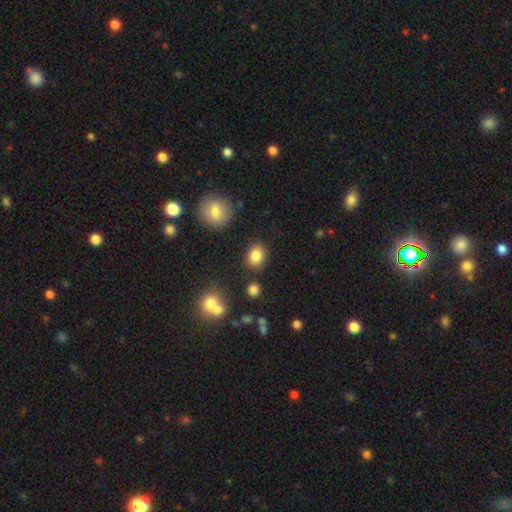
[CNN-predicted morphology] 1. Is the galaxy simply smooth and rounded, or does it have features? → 83% smooth, 10% star or artifact, 6% featured or disk.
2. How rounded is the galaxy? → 57% round, 42% in between, 1% cigar-shaped.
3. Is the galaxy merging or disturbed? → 83% none, 10% minor disturbance, 4% merger, 3% major disturbance.